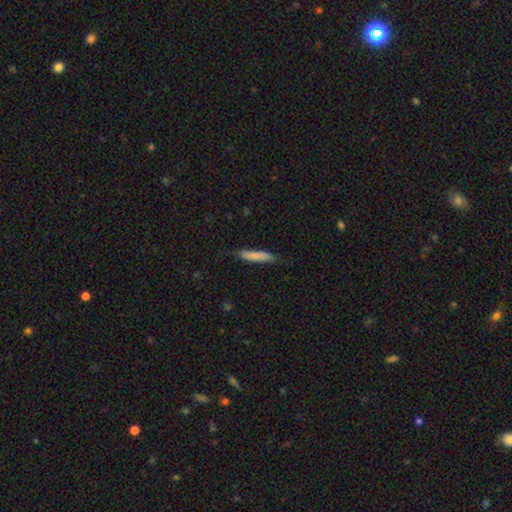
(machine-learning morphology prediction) Smooth or featured? smooth (80%)
How rounded? cigar-shaped (88%)
Merging? none (77%)